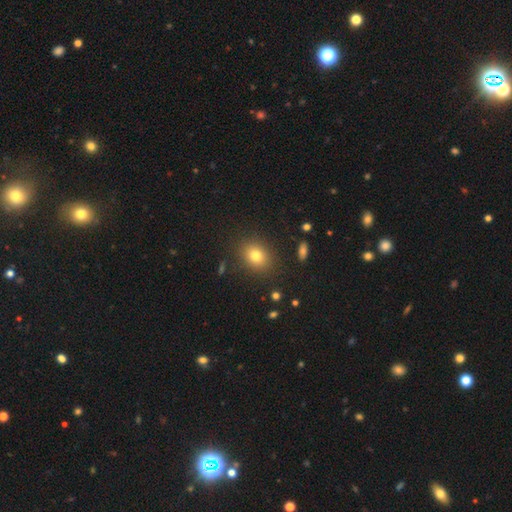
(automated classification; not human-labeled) Smooth or featured? Predicted: smooth (p=0.79). How rounded? Predicted: round (p=0.53). Merging? Predicted: none (p=0.86).